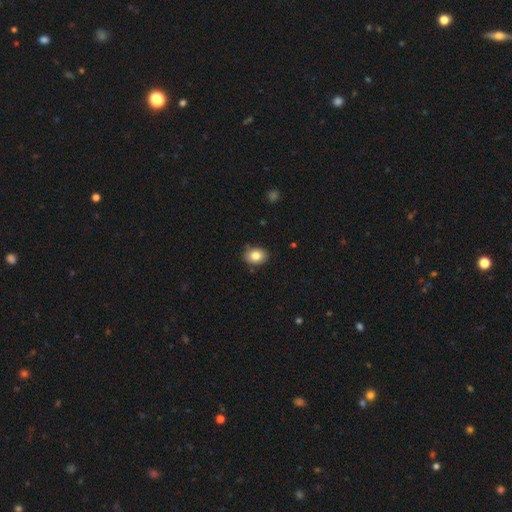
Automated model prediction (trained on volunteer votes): Morphology: type=smooth (82%); roundness=in between (59%); merging=none (84%).